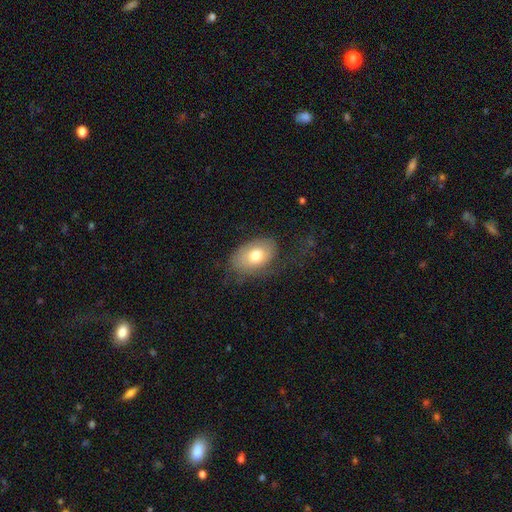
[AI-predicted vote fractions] smooth-or-featured: smooth: 68% | featured or disk: 25% | star or artifact: 7%
  how-rounded: in between: 87% | round: 12% | cigar-shaped: 1%
  merging: none: 60% | minor disturbance: 24% | major disturbance: 15% | merger: 1%